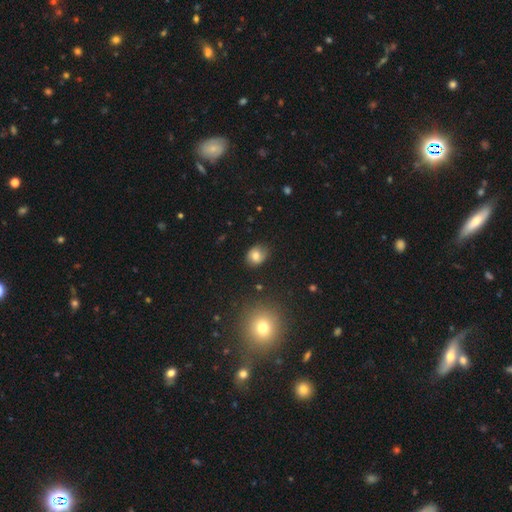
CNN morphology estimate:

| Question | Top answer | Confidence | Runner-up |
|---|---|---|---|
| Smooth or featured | smooth | 75% | featured or disk (14%) |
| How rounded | round | 53% | in between (46%) |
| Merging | none | 78% | minor disturbance (17%) |